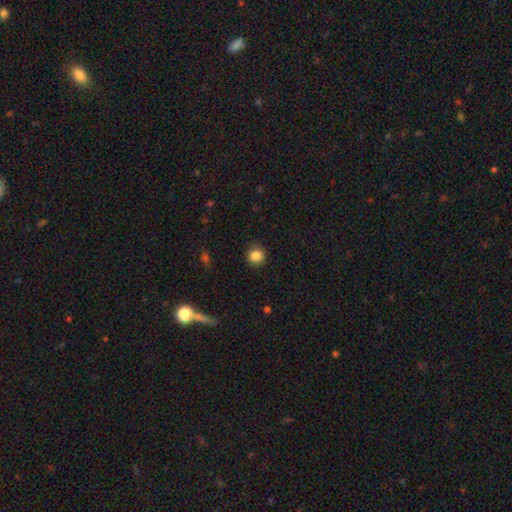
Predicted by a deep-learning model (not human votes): This appears to be a smooth galaxy with no disk features (85%) that is round (91%). Merging: none (88%).